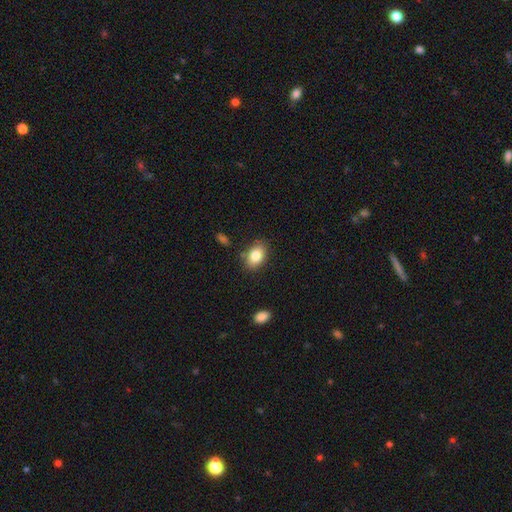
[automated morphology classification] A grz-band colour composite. It shows a smooth galaxy with no disk features (83%) that is in between round and cigar-shaped (84%). Merging: none (81%).